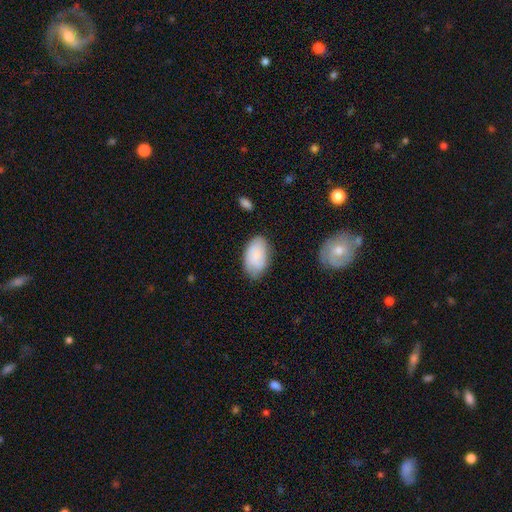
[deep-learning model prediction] Smooth or featured: smooth — 81% (featured or disk — 12%)
How rounded: in between — 94% (round — 5%)
Merging: none — 75% (minor disturbance — 19%)